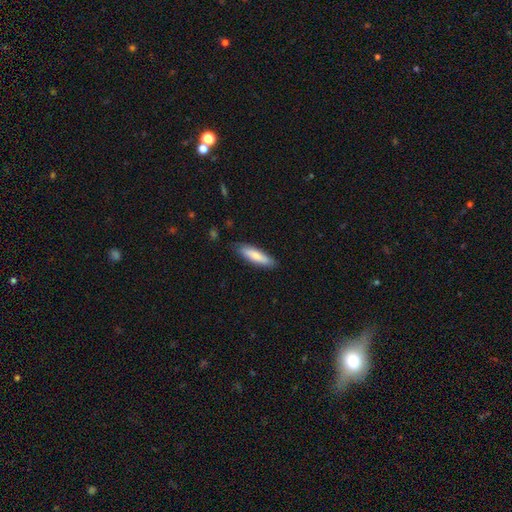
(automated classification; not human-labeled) Morphology: type=smooth (77%); roundness=cigar-shaped (65%); merging=none (83%).